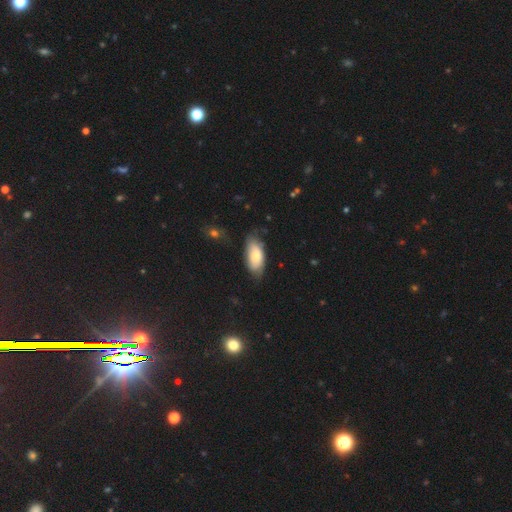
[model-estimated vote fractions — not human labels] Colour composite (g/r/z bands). It shows a smooth galaxy with no disk features (73%) that is in between round and cigar-shaped (90%). Merging: none (65%).